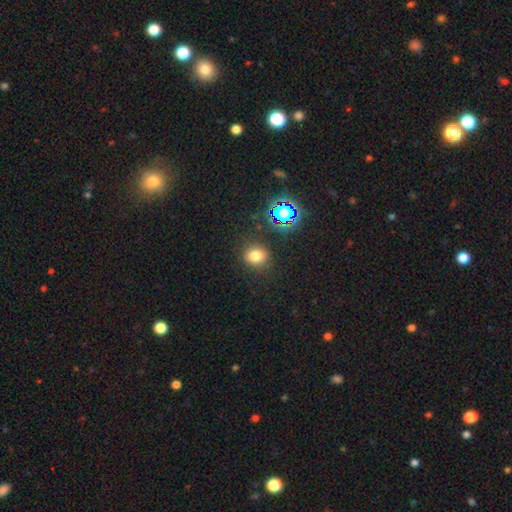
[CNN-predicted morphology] A smooth galaxy with no disk features (75%) that is round (64%).

Vote fractions:
- Smooth or featured? smooth: 75% / star or artifact: 19% / featured or disk: 7%
- How rounded? round: 64% / in between: 35% / cigar-shaped: 1%
- Merging? none: 86% / minor disturbance: 9% / major disturbance: 3% / merger: 2%